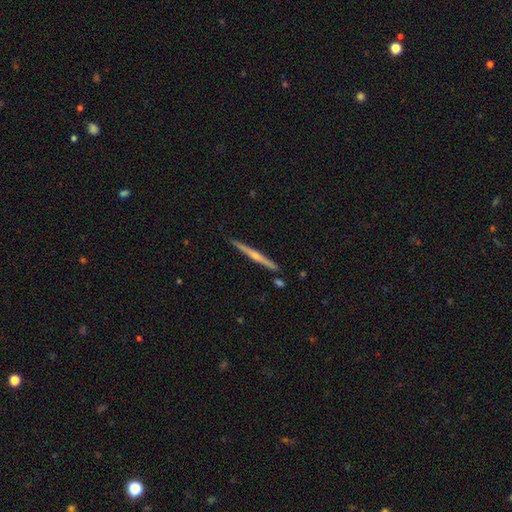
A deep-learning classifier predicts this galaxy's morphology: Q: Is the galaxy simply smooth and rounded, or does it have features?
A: featured or disk — 75%.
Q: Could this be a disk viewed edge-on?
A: yes — 98%.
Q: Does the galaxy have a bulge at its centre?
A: rounded — 75%.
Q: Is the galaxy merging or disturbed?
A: none — 90%.